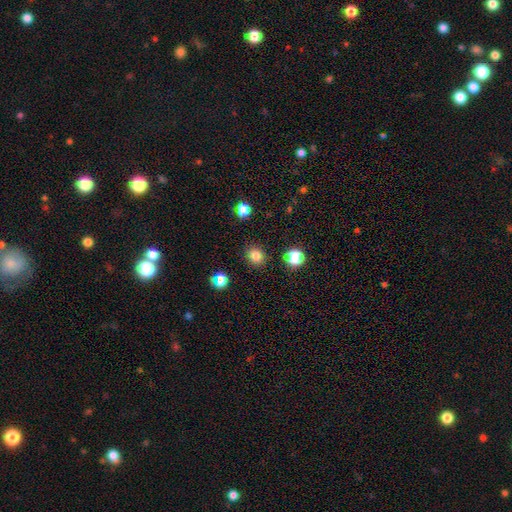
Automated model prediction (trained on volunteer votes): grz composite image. It shows a smooth galaxy with no disk features (80%) that is round (78%). Merging: none (89%).